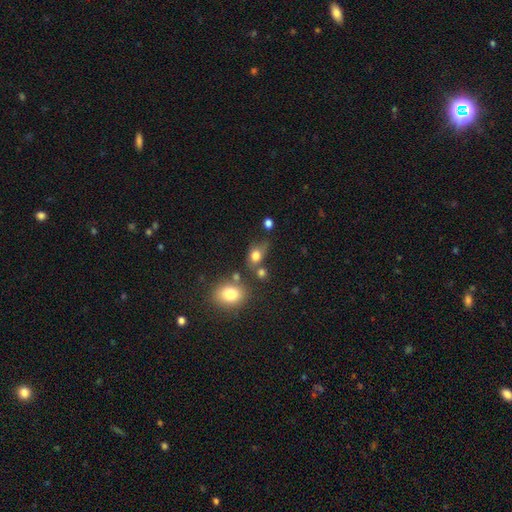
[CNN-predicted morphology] A smooth galaxy with no disk features (78%) that is in between round and cigar-shaped (59%). Merging: none (44%).